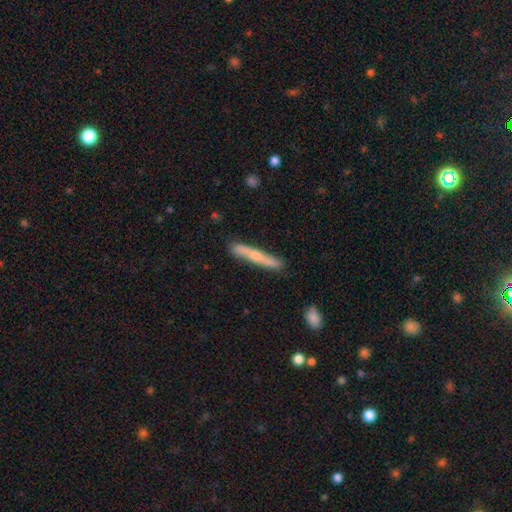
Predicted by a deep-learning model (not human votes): smooth-or-featured: featured or disk: 53% | smooth: 42% | star or artifact: 6%
  disk-edge-on: yes: 86% | no: 14%
  merging: none: 84% | minor disturbance: 12% | major disturbance: 2% | merger: 2%